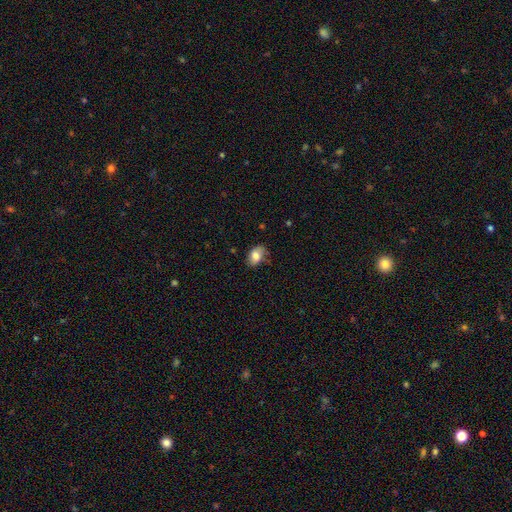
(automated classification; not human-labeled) Overall: smooth (77%). How rounded: in between (86%). Merging: none (67%).